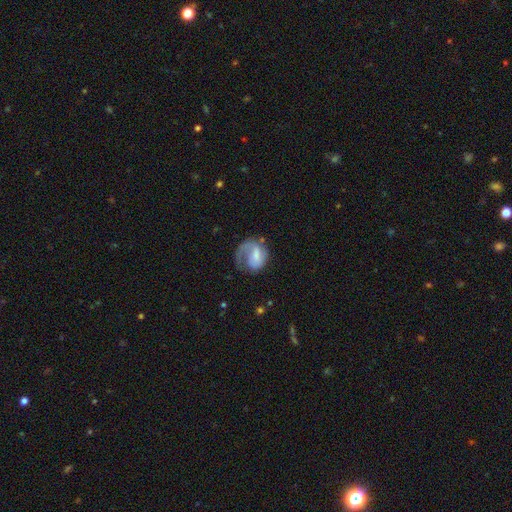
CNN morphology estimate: Smooth or featured?
  - featured or disk: 65% *
  - smooth: 29%
  - star or artifact: 6%
Edge-on disk?
  - no: 98% *
  - yes: 2%
Bar?
  - weak: 47% *
  - no: 37%
  - strong: 16%
Spiral arms?
  - yes: 87% *
  - no: 13%
Spiral winding?
  - medium: 40% *
  - loose: 30%
  - tight: 30%
Spiral arm count?
  - 1: 69% *
  - 2: 21%
  - can't tell: 7%
  - 3: 1%
  - 4: 1%
  - more than 4: 1%
Bulge size?
  - small: 36% *
  - moderate: 29%
  - none: 23%
  - large: 9%
  - dominant: 2%
Merging?
  - none: 43% *
  - major disturbance: 35%
  - minor disturbance: 20%
  - merger: 3%